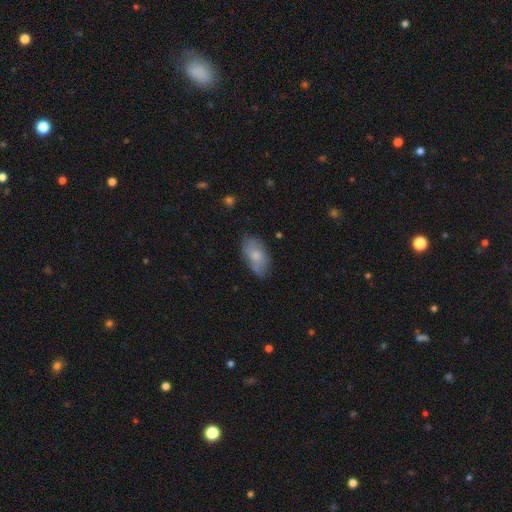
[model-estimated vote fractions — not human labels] smooth-or-featured: smooth: 62% | featured or disk: 31% | star or artifact: 7%
  how-rounded: in between: 92% | round: 4% | cigar-shaped: 3%
  merging: none: 64% | minor disturbance: 26% | major disturbance: 7% | merger: 3%